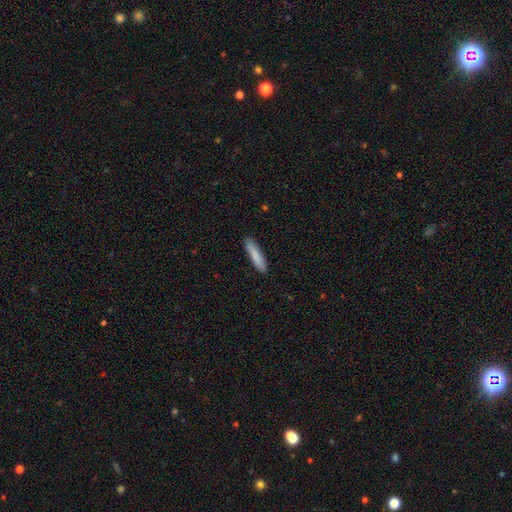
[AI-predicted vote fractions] A smooth galaxy with no disk features (84%) that is cigar-shaped (85%). Merging: none (89%).